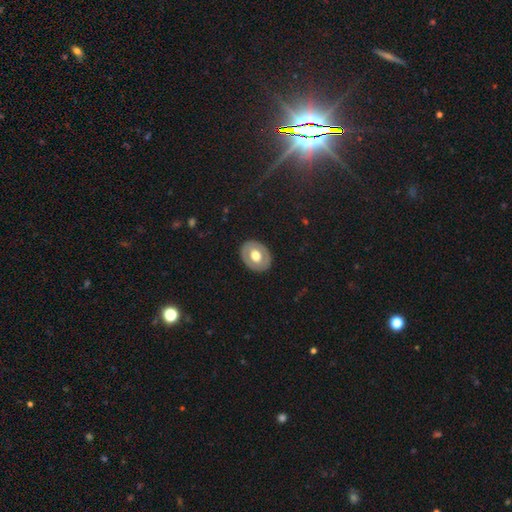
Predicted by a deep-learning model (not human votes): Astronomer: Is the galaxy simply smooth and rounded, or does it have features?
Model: smooth — 52% (runner-up: featured or disk, 43%).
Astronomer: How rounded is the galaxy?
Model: in between — 58% (runner-up: round, 41%).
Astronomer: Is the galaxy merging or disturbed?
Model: none — 87%.